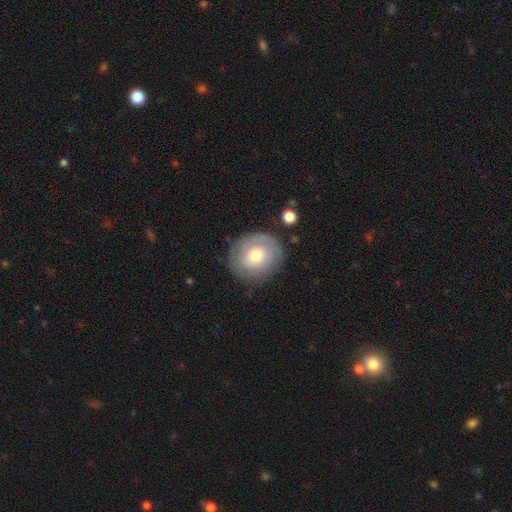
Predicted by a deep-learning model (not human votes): smooth 53%, featured or disk 40%, star or artifact 7%. Down the decision tree: how rounded — round (79%); merging — none (78%).